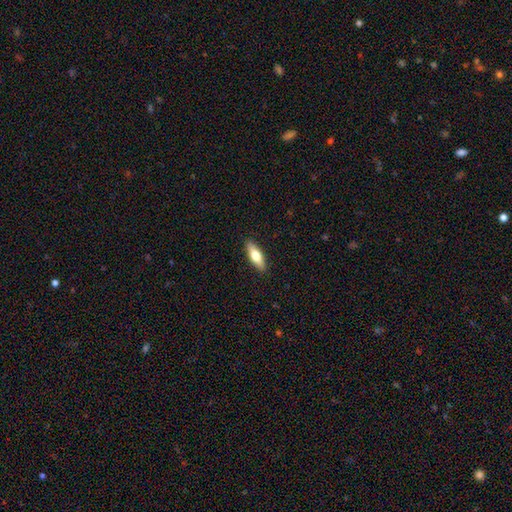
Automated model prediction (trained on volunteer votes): Smooth or featured: smooth — 65% (featured or disk — 30%)
How rounded: in between — 54% (cigar-shaped — 44%)
Merging: none — 90% (minor disturbance — 7%)